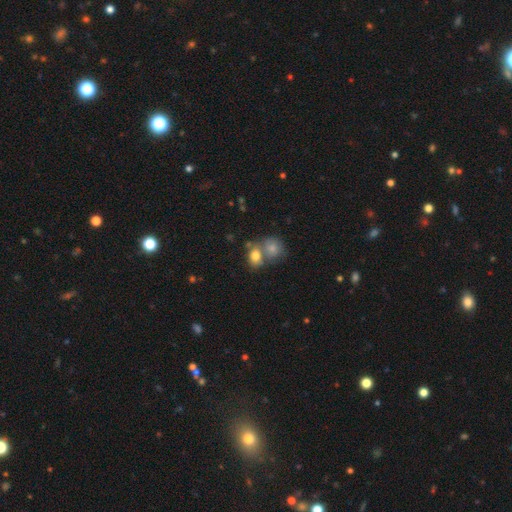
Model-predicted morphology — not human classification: A smooth galaxy with no disk features (79%) that is in between round and cigar-shaped (58%).

Vote fractions:
- Smooth or featured? smooth: 79% / featured or disk: 12% / star or artifact: 9%
- How rounded? in between: 58% / round: 40% / cigar-shaped: 2%
- Merging? merger: 51% / none: 35% / minor disturbance: 10% / major disturbance: 4%